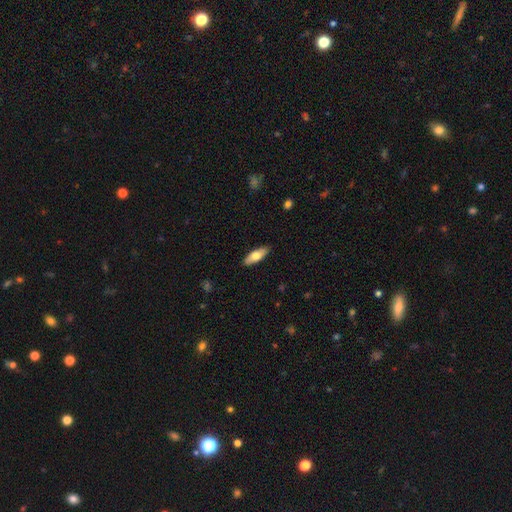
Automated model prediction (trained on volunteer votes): smooth-or-featured: smooth: 68% | featured or disk: 26% | star or artifact: 6%
  how-rounded: in between: 66% | cigar-shaped: 32% | round: 2%
  merging: none: 88% | minor disturbance: 9% | major disturbance: 2% | merger: 1%